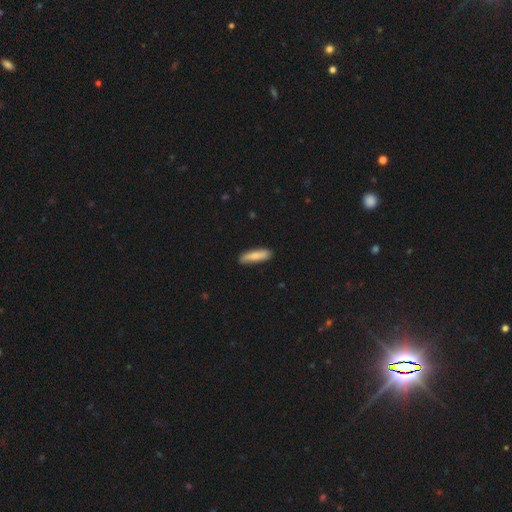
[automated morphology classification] smooth_or_featured: smooth (p=0.76) [alt: featured or disk p=0.18]
how_rounded: cigar-shaped (p=0.75) [alt: in between p=0.23]
merging: none (p=0.86) [alt: minor disturbance p=0.11]